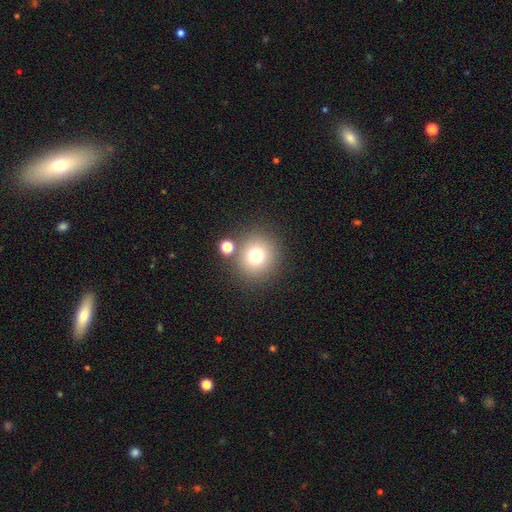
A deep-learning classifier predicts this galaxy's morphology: A smooth galaxy with no disk features (74%) that is round (91%).

Vote fractions:
- Smooth or featured? smooth: 74% / star or artifact: 15% / featured or disk: 10%
- How rounded? round: 91% / in between: 8% / cigar-shaped: 1%
- Merging? none: 80% / merger: 9% / minor disturbance: 8% / major disturbance: 3%